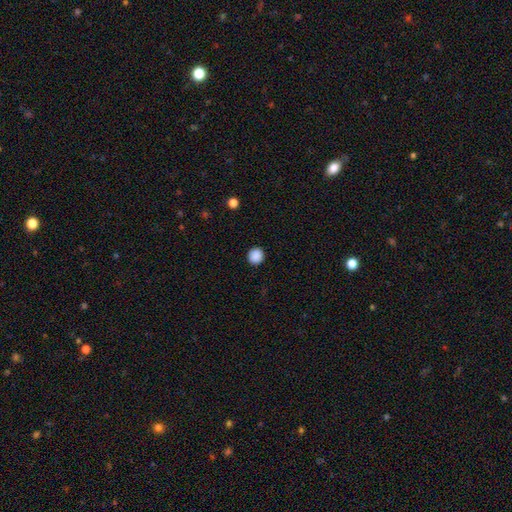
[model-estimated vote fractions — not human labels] smooth-or-featured: smooth: 89% | star or artifact: 9% | featured or disk: 2%
  how-rounded: round: 91% | in between: 8% | cigar-shaped: 1%
  merging: none: 92% | minor disturbance: 5% | major disturbance: 2% | merger: 1%